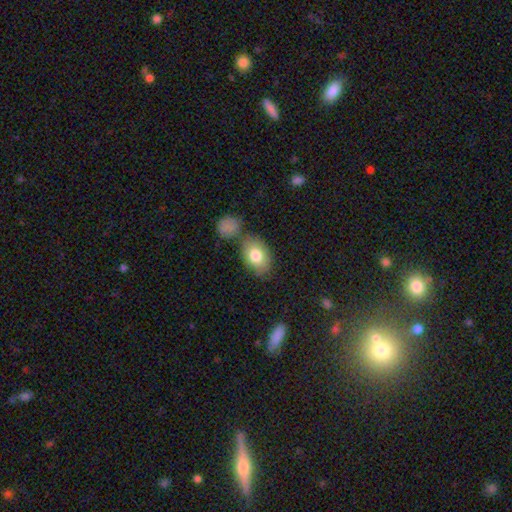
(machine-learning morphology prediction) The model was most divided on "merging": none: 64%, minor disturbance: 16%, merger: 15%, major disturbance: 5%. More confident: how rounded — in between (80%); smooth or featured — smooth (79%).